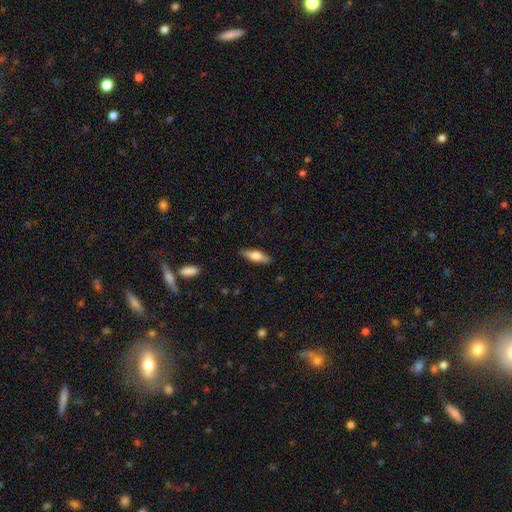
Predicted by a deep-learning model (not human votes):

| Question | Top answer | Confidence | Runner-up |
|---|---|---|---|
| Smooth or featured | smooth | 64% | featured or disk (30%) |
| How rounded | in between | 53% | cigar-shaped (45%) |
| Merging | none | 86% | minor disturbance (11%) |